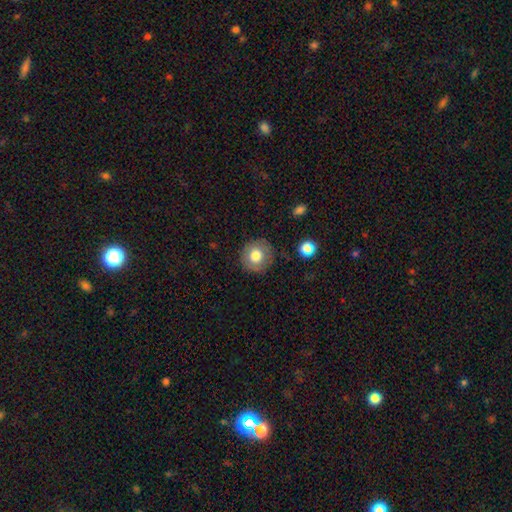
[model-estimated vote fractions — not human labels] Overall: smooth (74%). How rounded: round (93%). Merging: none (85%).